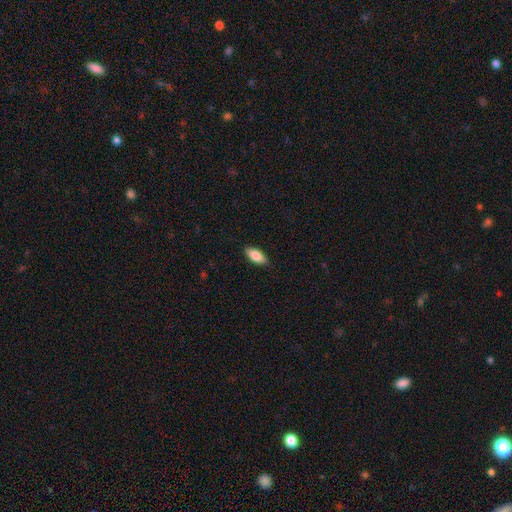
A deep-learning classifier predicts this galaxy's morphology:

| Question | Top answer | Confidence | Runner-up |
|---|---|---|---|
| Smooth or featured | smooth | 84% | featured or disk (10%) |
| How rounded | in between | 86% | cigar-shaped (12%) |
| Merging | none | 88% | minor disturbance (9%) |